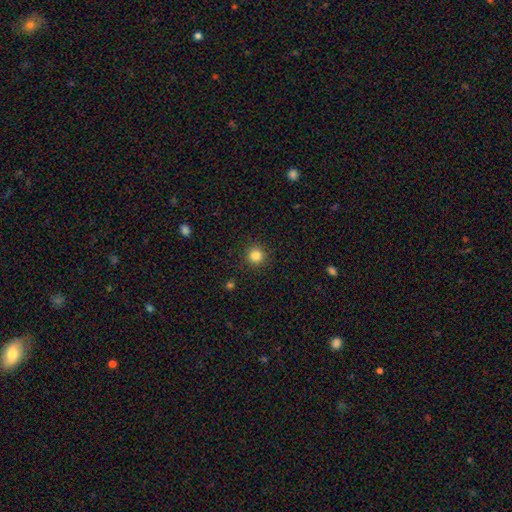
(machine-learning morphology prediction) Smooth or featured?
  - smooth: 83% *
  - star or artifact: 12%
  - featured or disk: 5%
How rounded?
  - round: 95% *
  - in between: 4%
  - cigar-shaped: 1%
Merging?
  - none: 91% *
  - minor disturbance: 6%
  - major disturbance: 2%
  - merger: 1%